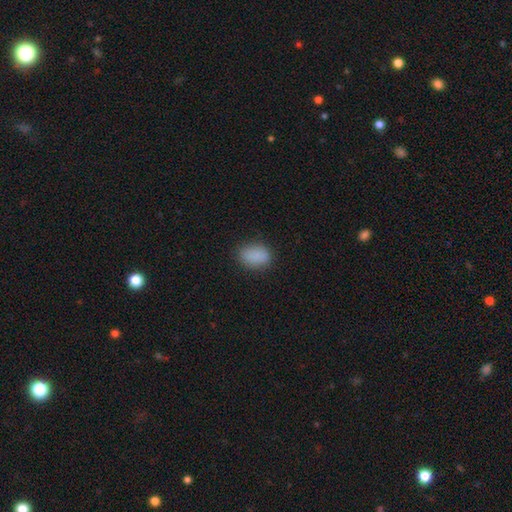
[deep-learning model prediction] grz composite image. It shows a smooth galaxy with no disk features (86%) that is in between round and cigar-shaped (80%). Merging: none (81%).